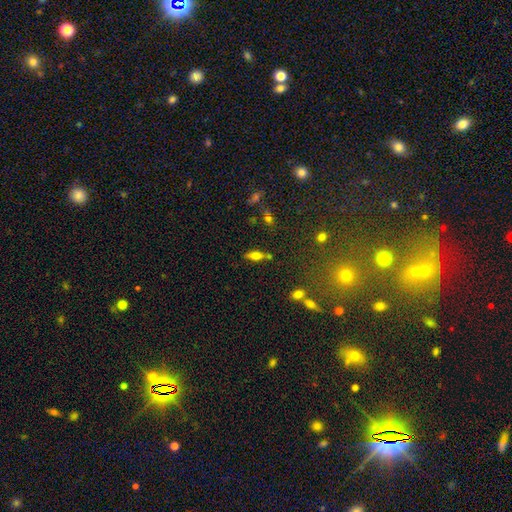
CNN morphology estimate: smooth_or_featured: smooth (p=0.48) [alt: featured or disk p=0.41]
merging: none (p=0.73) [alt: minor disturbance p=0.14]